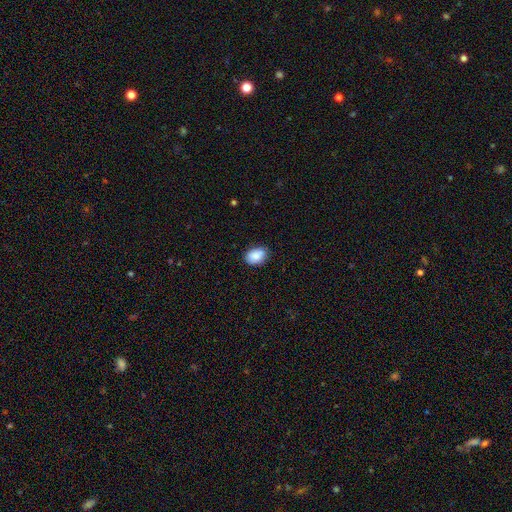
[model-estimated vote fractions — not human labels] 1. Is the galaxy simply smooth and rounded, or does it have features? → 87% smooth, 7% star or artifact, 6% featured or disk.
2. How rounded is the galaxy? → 81% in between, 18% round, 1% cigar-shaped.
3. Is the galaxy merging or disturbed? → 81% none, 16% minor disturbance, 3% major disturbance, 1% merger.